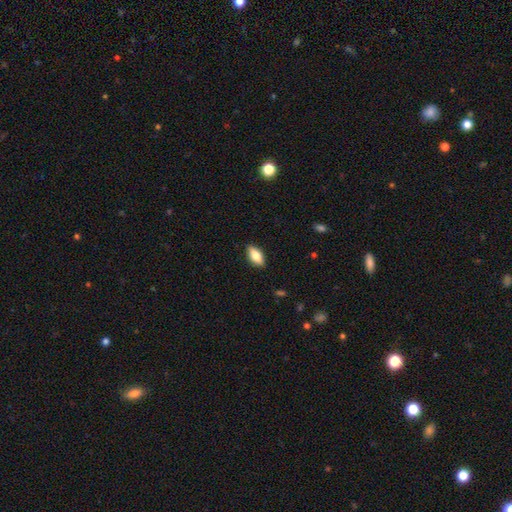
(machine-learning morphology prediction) The model was most divided on "smooth or featured": smooth: 74%, featured or disk: 20%, star or artifact: 7%. More confident: merging — none (88%); how rounded — in between (84%).